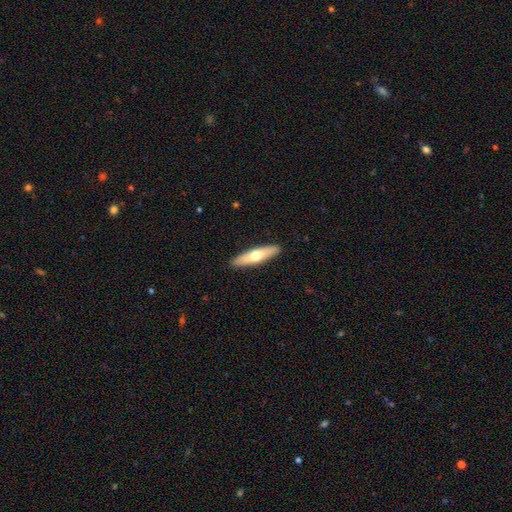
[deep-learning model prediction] Q: Smooth or featured?
A: smooth (57%); runner-up: featured or disk (38%)
Q: How rounded?
A: cigar-shaped (74%); runner-up: in between (25%)
Q: Merging?
A: none (91%); runner-up: minor disturbance (7%)